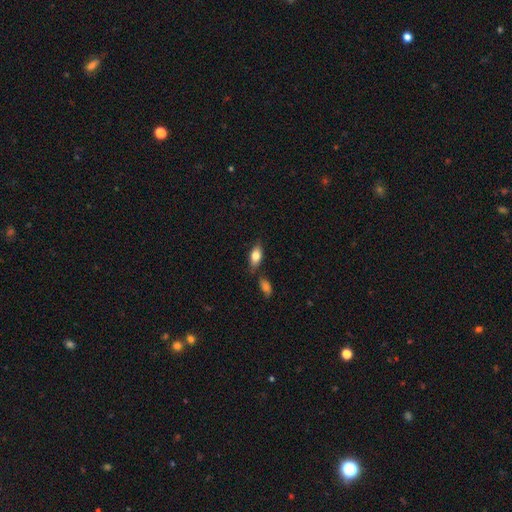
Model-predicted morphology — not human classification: smooth 77%, featured or disk 16%, star or artifact 7%. Down the decision tree: how rounded — in between (86%); merging — none (72%).